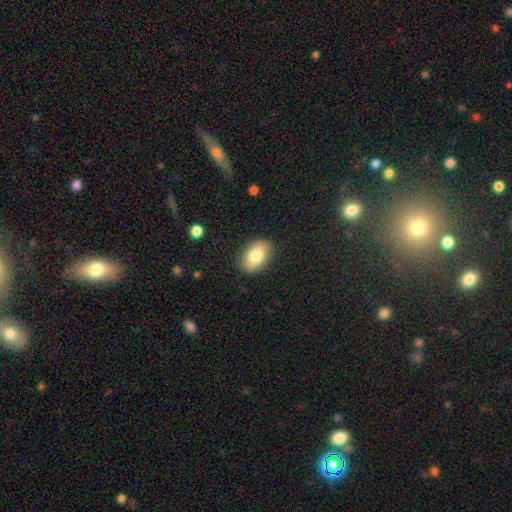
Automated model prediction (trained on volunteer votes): Smooth or featured? smooth (81%)
How rounded? in between (89%)
Merging? none (87%)